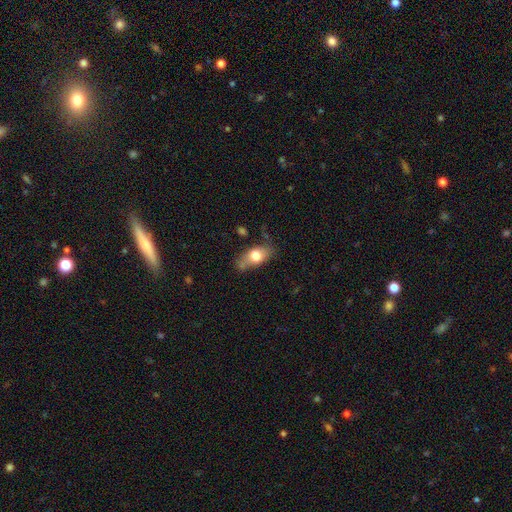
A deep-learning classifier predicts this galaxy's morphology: smooth_or_featured: smooth (p=0.69) [alt: featured or disk p=0.23]
how_rounded: in between (p=0.83) [alt: round p=0.09]
merging: none (p=0.62) [alt: minor disturbance p=0.25]